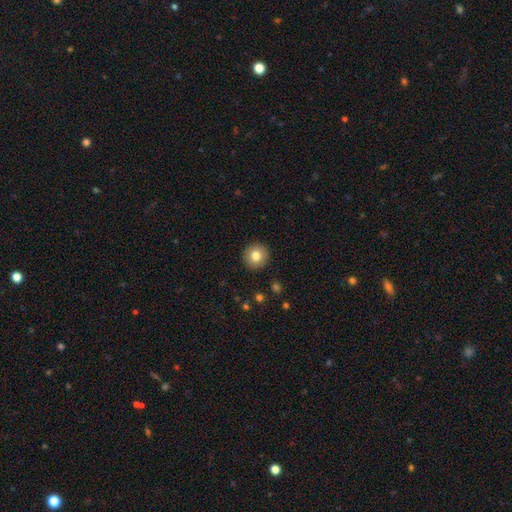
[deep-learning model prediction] Smooth or featured? Predicted: smooth (p=0.80). How rounded? Predicted: round (p=0.95). Merging? Predicted: none (p=0.92).